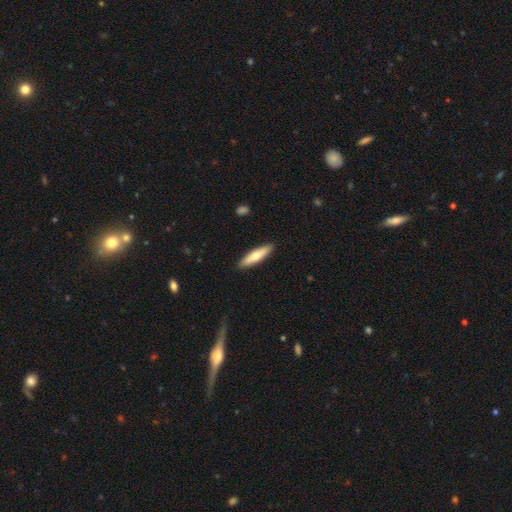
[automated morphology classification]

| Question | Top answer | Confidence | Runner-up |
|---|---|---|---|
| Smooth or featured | smooth | 67% | featured or disk (28%) |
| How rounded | cigar-shaped | 75% | in between (24%) |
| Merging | none | 90% | minor disturbance (7%) |